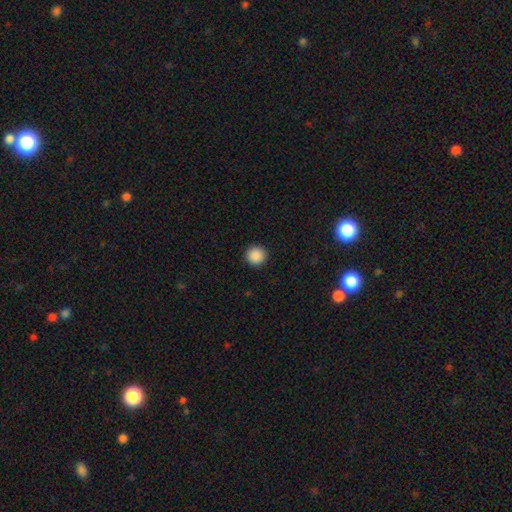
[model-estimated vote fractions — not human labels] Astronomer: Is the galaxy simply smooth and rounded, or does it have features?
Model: smooth — 89%.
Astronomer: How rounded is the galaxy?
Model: round — 96%.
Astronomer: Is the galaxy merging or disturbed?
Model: none — 93%.